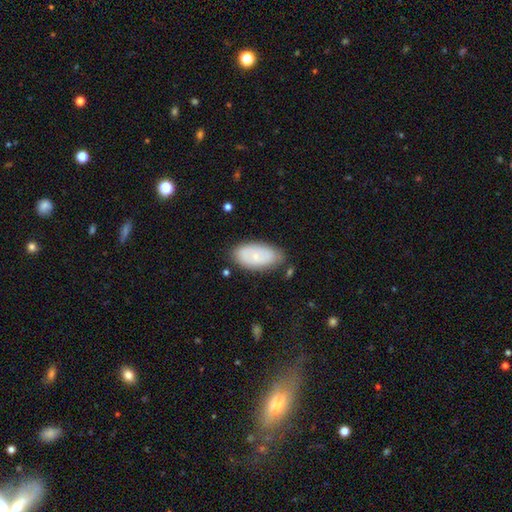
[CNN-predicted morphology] Smooth or featured: smooth — 67% (featured or disk — 26%)
How rounded: in between — 94% (cigar-shaped — 3%)
Merging: none — 72% (minor disturbance — 21%)